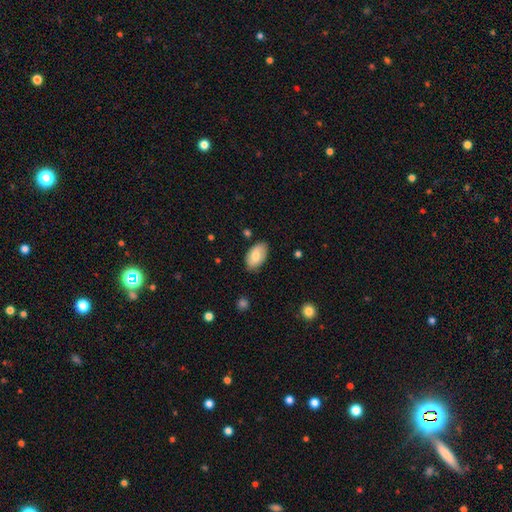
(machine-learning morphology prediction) This is likely a smooth galaxy (73%). How rounded: clearly in between (94%). Merging: clearly none (81%).